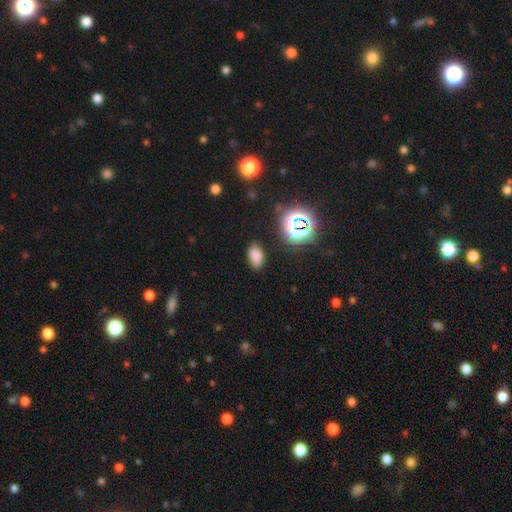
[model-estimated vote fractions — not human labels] This appears to be a smooth galaxy with no disk features (75%) that is in between round and cigar-shaped (90%). Merging: none (83%).